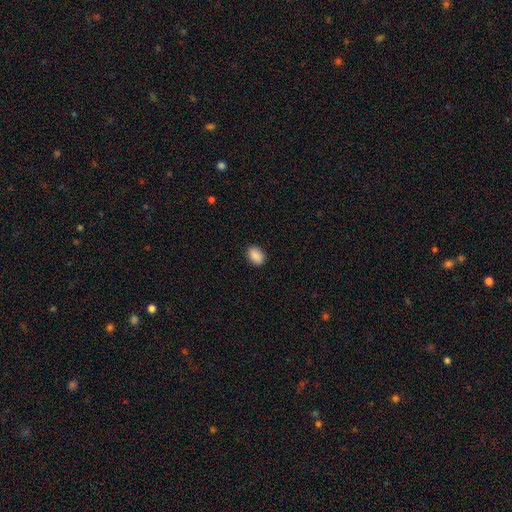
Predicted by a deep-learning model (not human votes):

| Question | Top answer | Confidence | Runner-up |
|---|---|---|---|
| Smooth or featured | smooth | 89% | star or artifact (8%) |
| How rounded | in between | 77% | round (22%) |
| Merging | none | 89% | minor disturbance (8%) |